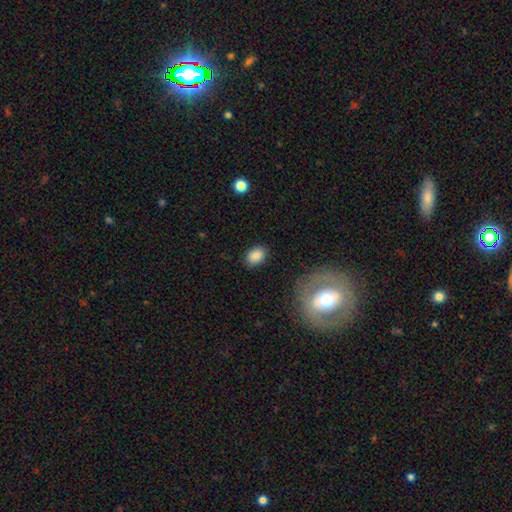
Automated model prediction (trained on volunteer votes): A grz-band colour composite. It shows a smooth galaxy with no disk features (86%) that is in between round and cigar-shaped (75%). Merging: none (84%).